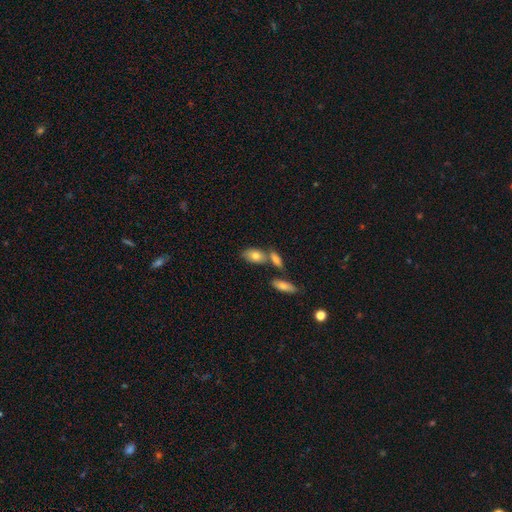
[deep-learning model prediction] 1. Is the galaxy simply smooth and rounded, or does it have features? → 77% smooth, 15% featured or disk, 7% star or artifact.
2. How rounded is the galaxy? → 89% in between, 6% round, 5% cigar-shaped.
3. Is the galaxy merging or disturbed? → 55% none, 30% merger, 12% minor disturbance, 3% major disturbance.